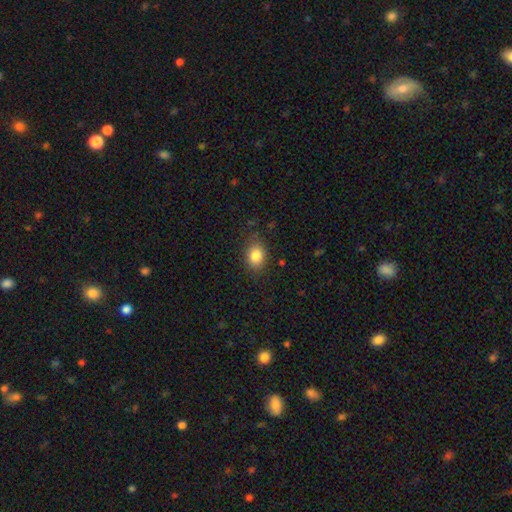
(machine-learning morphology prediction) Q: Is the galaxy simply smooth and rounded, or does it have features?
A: smooth — 84%.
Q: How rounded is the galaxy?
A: in between — 67%.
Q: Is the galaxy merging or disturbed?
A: none — 80%.